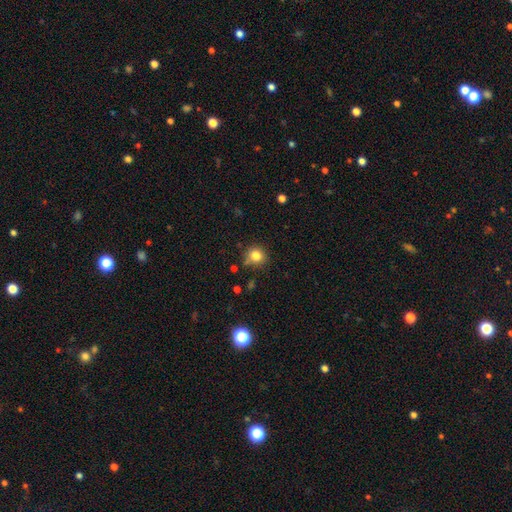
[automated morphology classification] Overall: smooth (82%). How rounded: round (85%). Merging: none (74%).